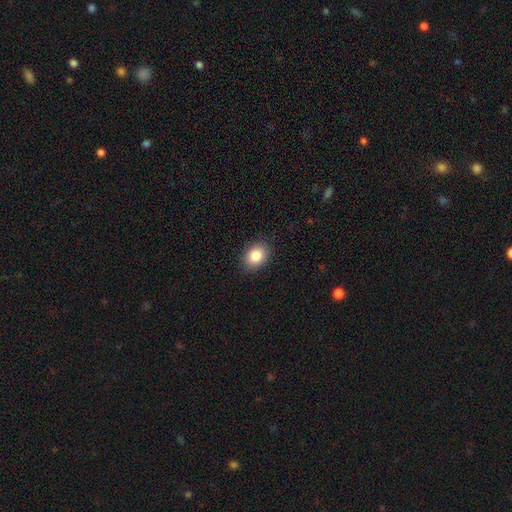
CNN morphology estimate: Smooth or featured? smooth (86%)
How rounded? in between (71%)
Merging? none (88%)